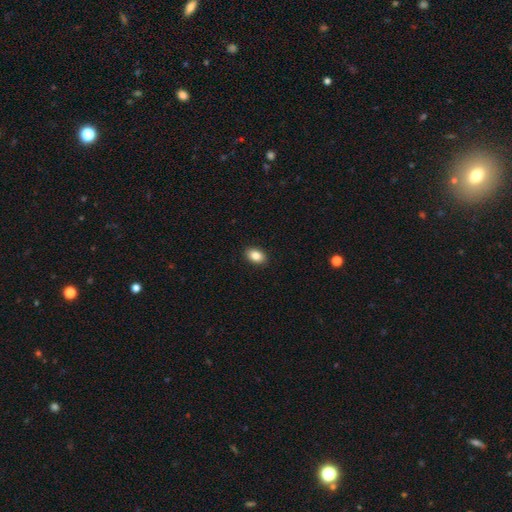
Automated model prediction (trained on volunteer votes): A smooth galaxy with no disk features (86%) that is in between round and cigar-shaped (84%). Merging: none (90%).